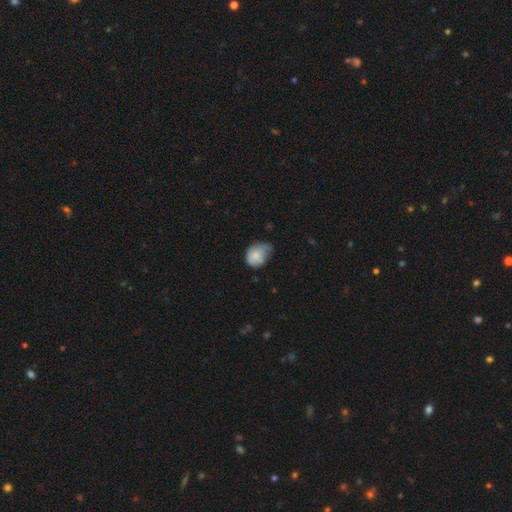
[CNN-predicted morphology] This appears to be a smooth galaxy with no disk features (79%) that is in between round and cigar-shaped (50%). Merging: minor disturbance (47%).